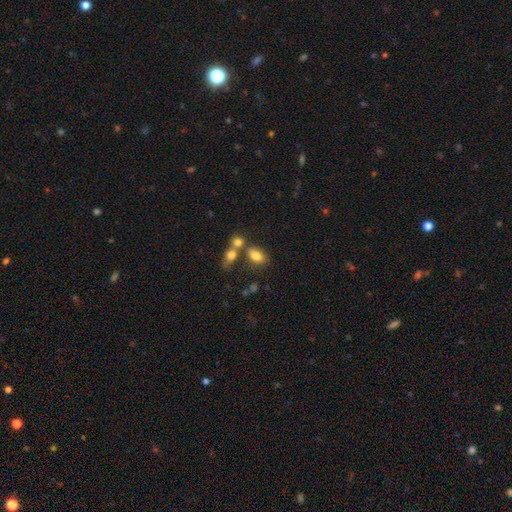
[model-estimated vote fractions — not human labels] Smooth or featured?
  - smooth: 80% *
  - featured or disk: 10%
  - star or artifact: 10%
How rounded?
  - in between: 86% *
  - round: 12%
  - cigar-shaped: 2%
Merging?
  - none: 48% *
  - merger: 35%
  - minor disturbance: 12%
  - major disturbance: 5%